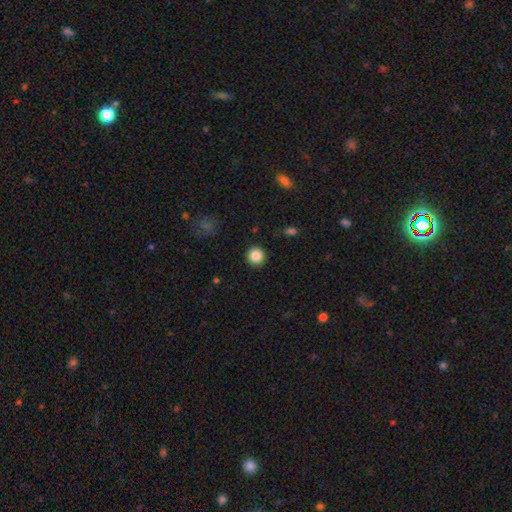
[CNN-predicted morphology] Smooth or featured: smooth — 87% (star or artifact — 10%)
How rounded: round — 94% (in between — 5%)
Merging: none — 91% (minor disturbance — 6%)